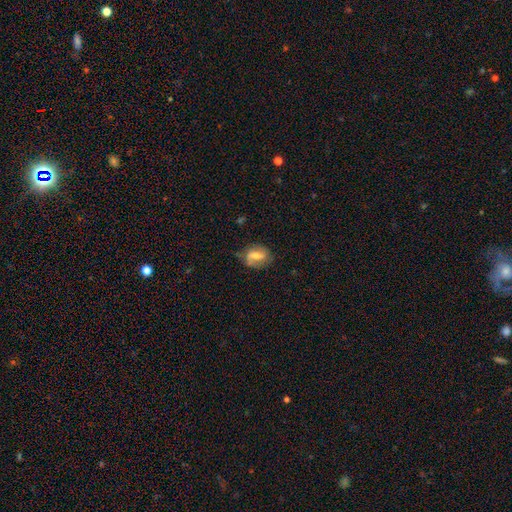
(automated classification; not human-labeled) Morphology: type=featured or disk (50%); edge-on=no (94%); merging=none (64%).